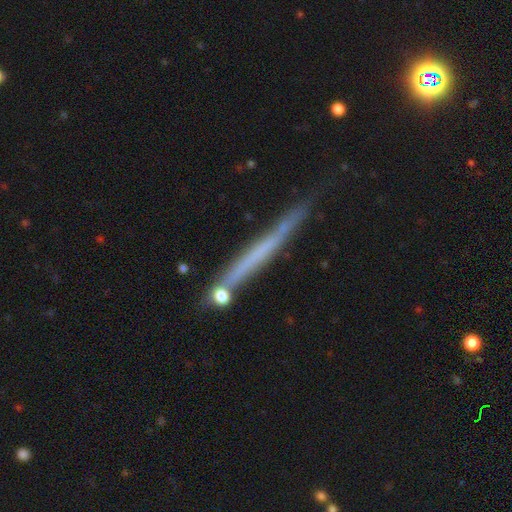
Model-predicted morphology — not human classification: This appears to be a featured or disk galaxy (50%). Merging: none (74%).